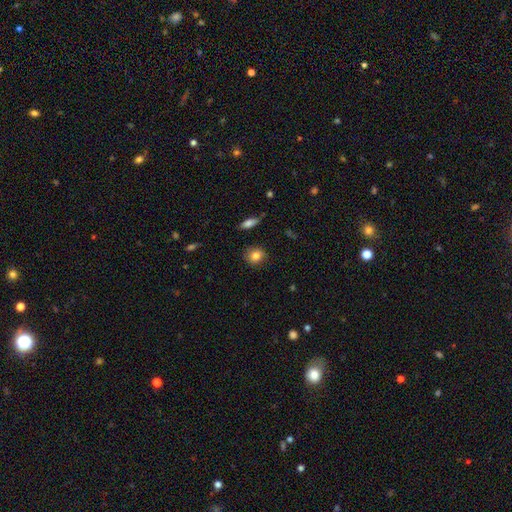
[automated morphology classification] A smooth galaxy with no disk features (80%) that is round (77%). Merging: none (81%).